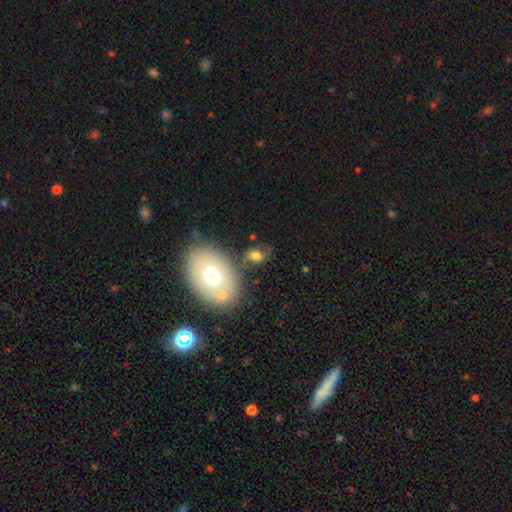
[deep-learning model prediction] Overall: smooth (57%; featured or disk 31%). How rounded: in between (75%). Merging: none (53%; minor disturbance 20%).